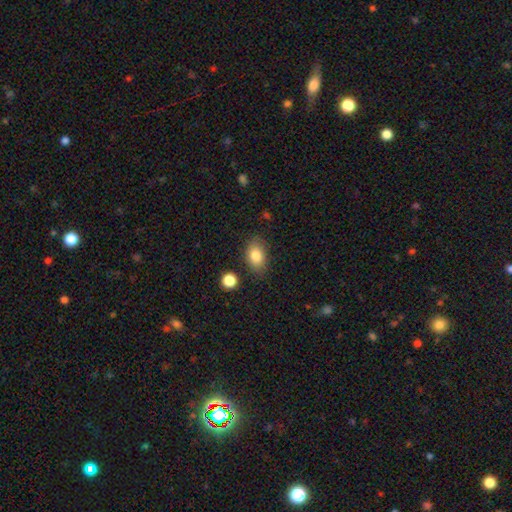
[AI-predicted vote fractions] Morphology: type=smooth (82%); roundness=in between (84%); merging=none (80%).